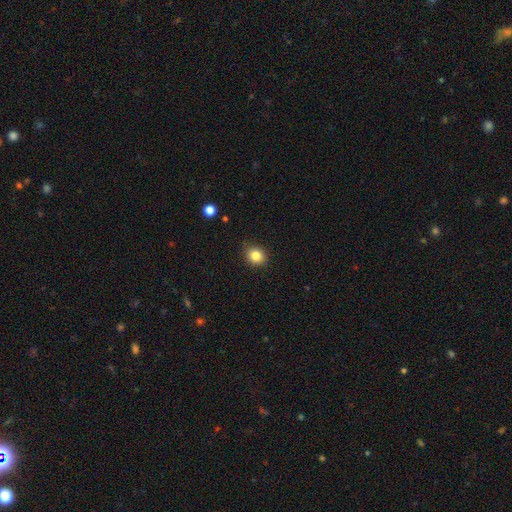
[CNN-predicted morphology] type=smooth (84%); roundness=round (72%); merging=none (89%).